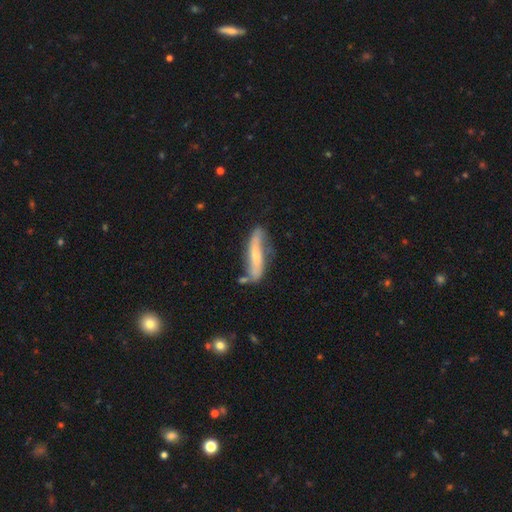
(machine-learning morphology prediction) Smooth or featured?
  - featured or disk: 63% *
  - smooth: 31%
  - star or artifact: 7%
Edge-on disk?
  - no: 56% *
  - yes: 44%
Merging?
  - none: 67% *
  - minor disturbance: 22%
  - major disturbance: 6%
  - merger: 5%